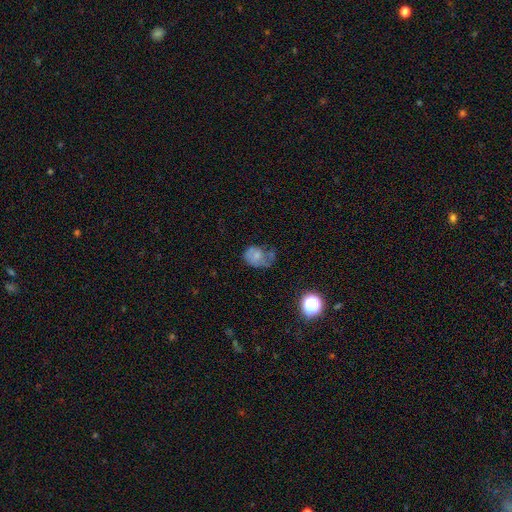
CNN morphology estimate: This is possibly a smooth galaxy (58%). How rounded: likely in between (64%). Merging: marginally none (33%).